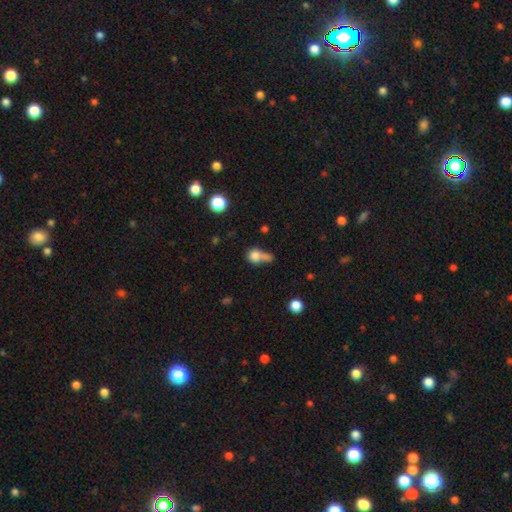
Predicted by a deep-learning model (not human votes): Smooth or featured? Predicted: smooth (p=0.77). How rounded? Predicted: round (p=0.72). Merging? Predicted: merger (p=0.48).